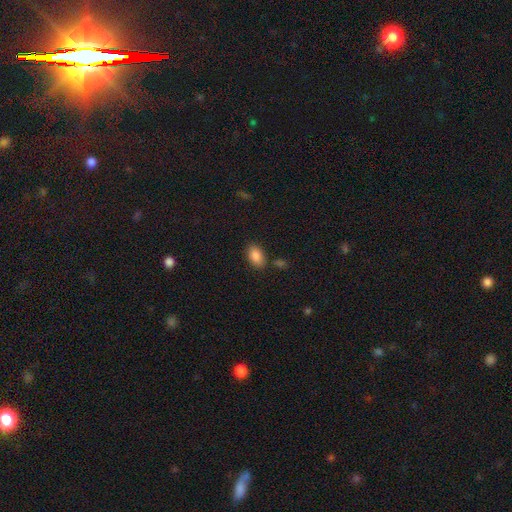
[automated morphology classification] smooth_or_featured: smooth (p=0.87) [alt: star or artifact p=0.08]
how_rounded: in between (p=0.90) [alt: round p=0.09]
merging: none (p=0.80) [alt: minor disturbance p=0.11]